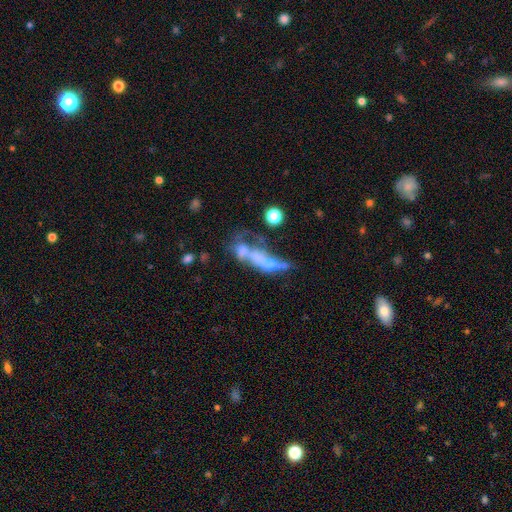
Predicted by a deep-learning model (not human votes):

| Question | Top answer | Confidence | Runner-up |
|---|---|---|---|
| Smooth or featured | featured or disk | 44% | smooth (40%) |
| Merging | merger | 57% | major disturbance (22%) |